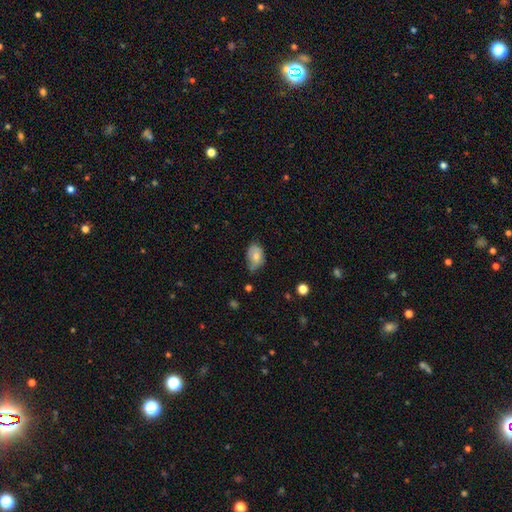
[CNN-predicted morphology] Smooth or featured? smooth (70%)
How rounded? in between (84%)
Merging? minor disturbance (45%)